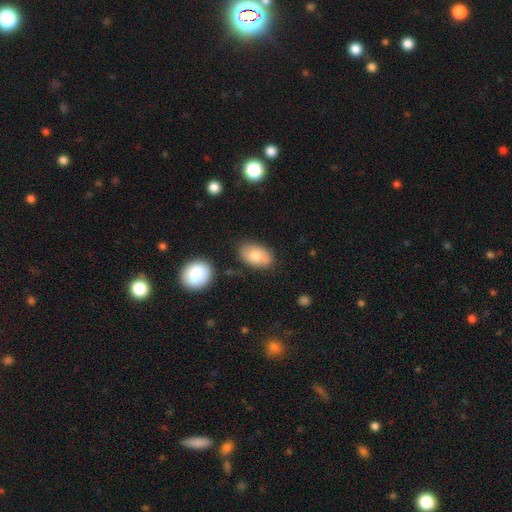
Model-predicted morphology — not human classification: The model was most divided on "smooth or featured": smooth: 74%, featured or disk: 19%, star or artifact: 7%. More confident: how rounded — in between (89%); merging — none (75%).